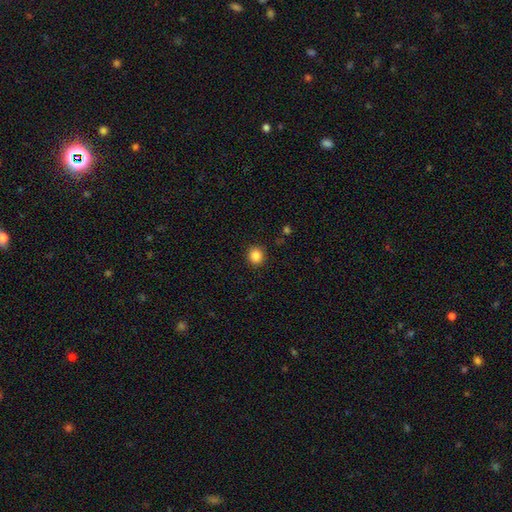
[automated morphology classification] Overall: smooth (86%). How rounded: round (87%). Merging: none (91%).